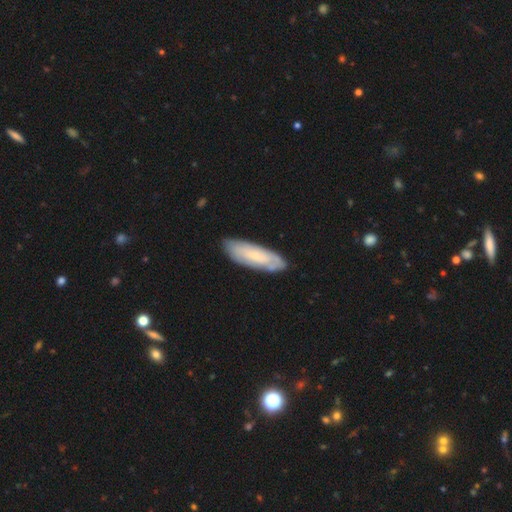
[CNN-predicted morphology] Overall: smooth (49%; featured or disk 45%). Merging: none (81%).